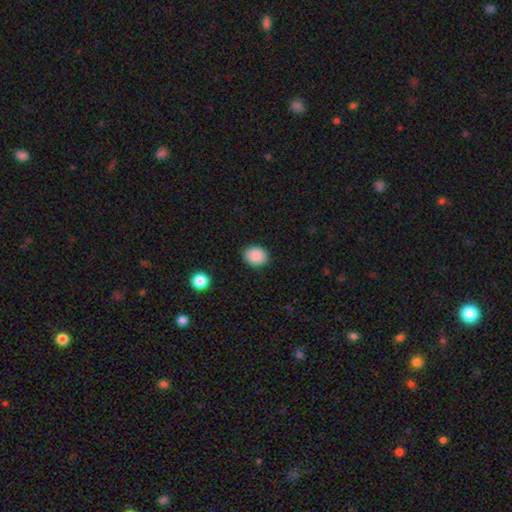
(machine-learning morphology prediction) This is clearly a smooth galaxy (89%). How rounded: possibly round (50%, tied with in between). Merging: clearly none (87%).